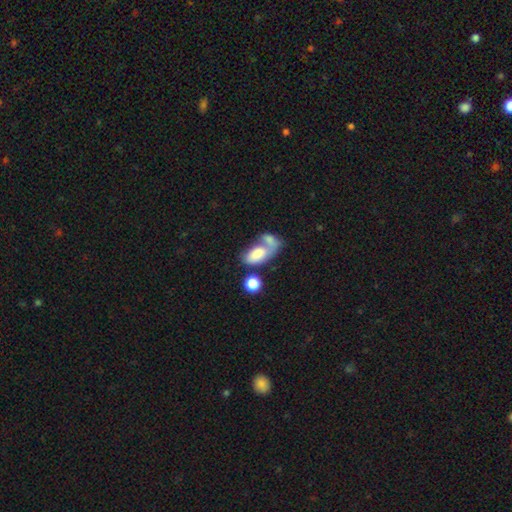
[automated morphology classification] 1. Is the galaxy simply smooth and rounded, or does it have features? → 69% smooth, 21% featured or disk, 10% star or artifact.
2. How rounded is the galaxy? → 88% in between, 8% round, 4% cigar-shaped.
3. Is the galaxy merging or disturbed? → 56% merger, 23% none, 12% major disturbance, 10% minor disturbance.